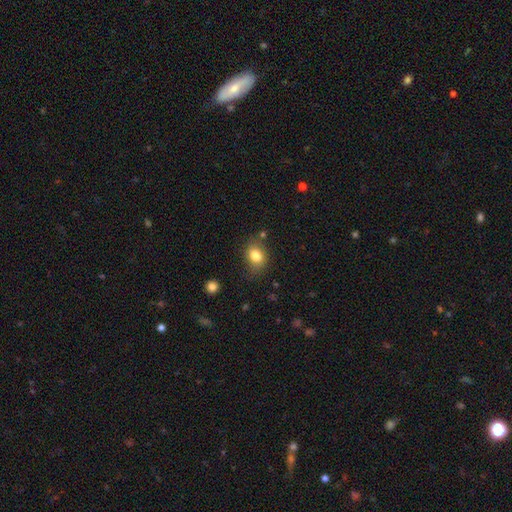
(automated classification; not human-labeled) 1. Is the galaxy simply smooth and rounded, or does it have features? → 81% smooth, 10% star or artifact, 9% featured or disk.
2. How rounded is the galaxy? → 58% in between, 41% round, 1% cigar-shaped.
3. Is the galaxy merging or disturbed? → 75% none, 17% minor disturbance, 5% major disturbance, 3% merger.